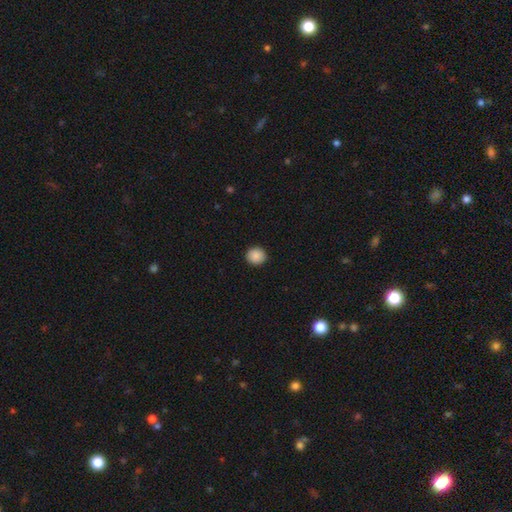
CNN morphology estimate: smooth_or_featured: smooth (p=0.88) [alt: star or artifact p=0.08]
how_rounded: round (p=0.89) [alt: in between p=0.10]
merging: none (p=0.92) [alt: minor disturbance p=0.06]